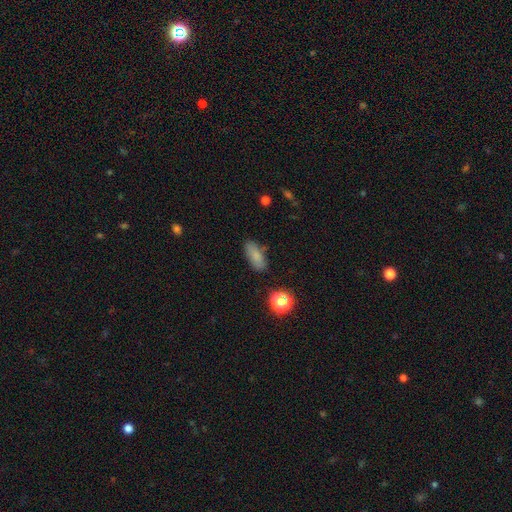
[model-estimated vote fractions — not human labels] A smooth galaxy with no disk features (82%) that is in between round and cigar-shaped (82%). Merging: none (79%).